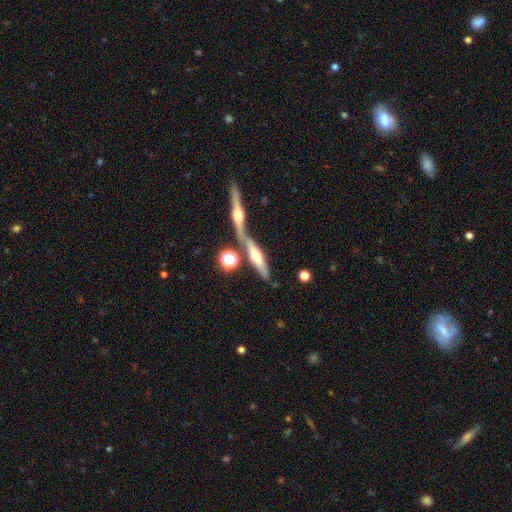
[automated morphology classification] Smooth or featured? featured or disk (56%)
Edge-on disk? yes (89%)
Merging? none (47%)